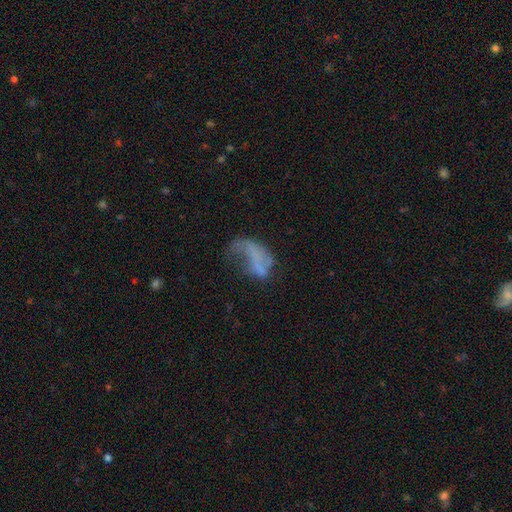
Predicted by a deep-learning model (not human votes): featured or disk 46%, smooth 39%, star or artifact 15%. Down the decision tree: merging — major disturbance (49%).